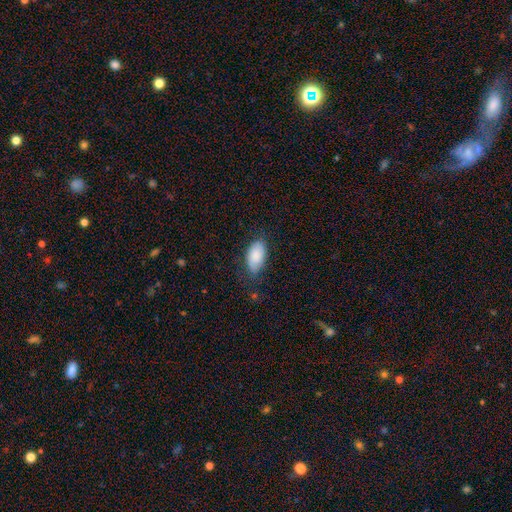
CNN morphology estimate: Smooth or featured: smooth — 82% (featured or disk — 11%)
How rounded: in between — 94% (round — 3%)
Merging: none — 71% (minor disturbance — 22%)